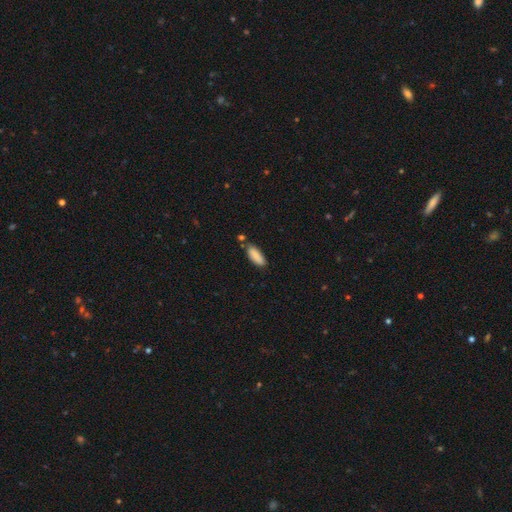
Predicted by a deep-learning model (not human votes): Smooth or featured: smooth — 87% (star or artifact — 7%)
How rounded: in between — 69% (cigar-shaped — 29%)
Merging: none — 70% (minor disturbance — 18%)